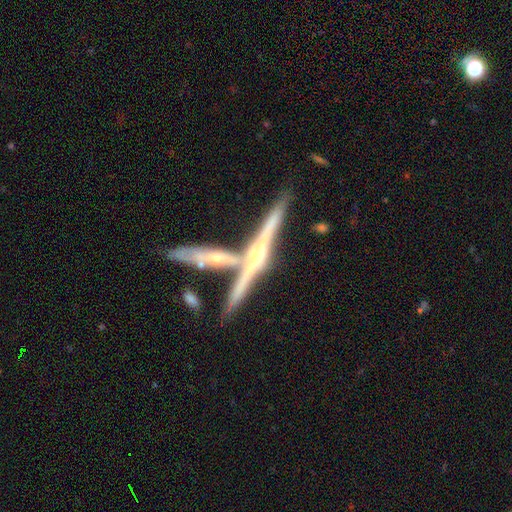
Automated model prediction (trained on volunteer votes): The model was most divided on "merging": none: 57%, merger: 30%, minor disturbance: 10%, major disturbance: 3%. More confident: edge-on disk — yes (96%); smooth or featured — featured or disk (79%); edge-on bulge — rounded (61%).